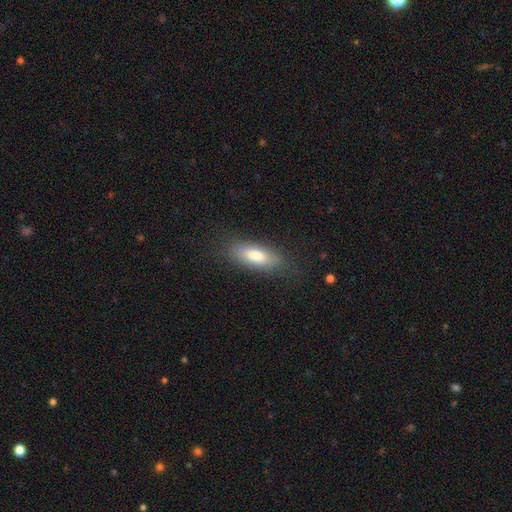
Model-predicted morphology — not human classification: A smooth galaxy with no disk features (76%) that is in between round and cigar-shaped (69%).

Vote fractions:
- Smooth or featured? smooth: 76% / featured or disk: 16% / star or artifact: 7%
- How rounded? in between: 69% / cigar-shaped: 28% / round: 3%
- Merging? none: 79% / minor disturbance: 15% / major disturbance: 5% / merger: 1%